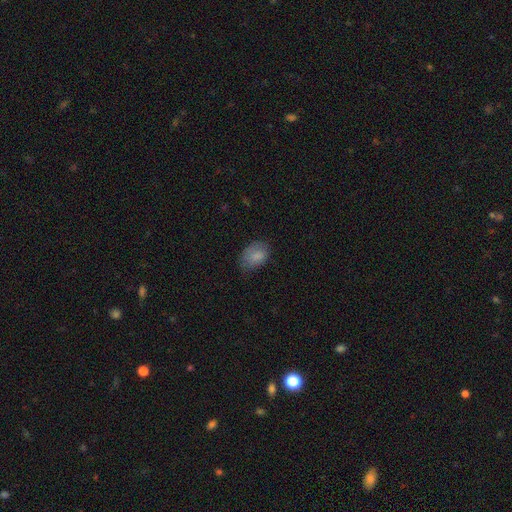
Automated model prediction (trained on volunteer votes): Morphology: type=smooth (83%); roundness=in between (81%); merging=none (60%).